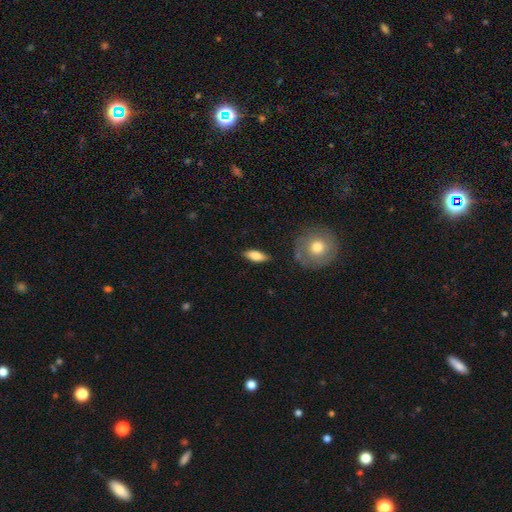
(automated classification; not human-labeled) Q: Smooth or featured?
A: smooth (76%); runner-up: featured or disk (18%)
Q: How rounded?
A: in between (71%); runner-up: cigar-shaped (27%)
Q: Merging?
A: none (86%); runner-up: minor disturbance (10%)